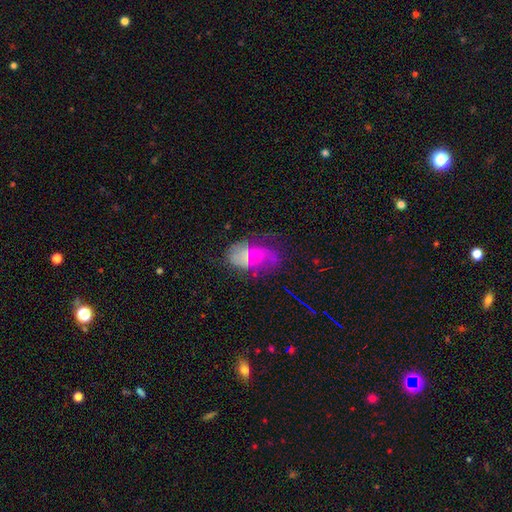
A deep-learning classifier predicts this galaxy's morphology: Q: Smooth or featured?
A: featured or disk (51%); runner-up: smooth (32%)
Q: Edge-on disk?
A: no (96%); runner-up: yes (4%)
Q: Merging?
A: none (38%); runner-up: major disturbance (28%)